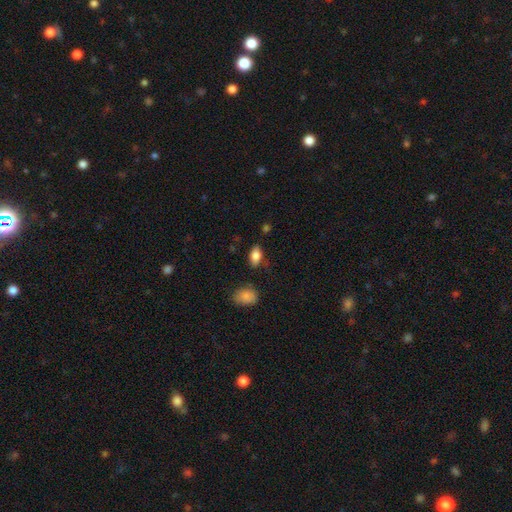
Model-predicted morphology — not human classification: This appears to be a smooth galaxy with no disk features (82%) that is in between round and cigar-shaped (89%). Merging: none (77%).